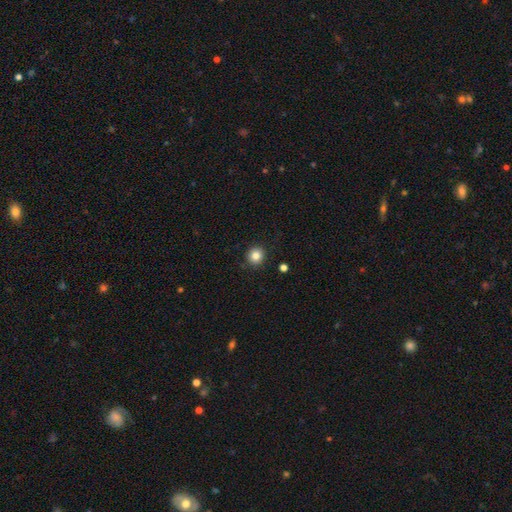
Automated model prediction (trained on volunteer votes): smooth-or-featured: smooth: 83% | star or artifact: 11% | featured or disk: 6%
  how-rounded: round: 93% | in between: 7% | cigar-shaped: 1%
  merging: none: 91% | minor disturbance: 6% | major disturbance: 2% | merger: 1%